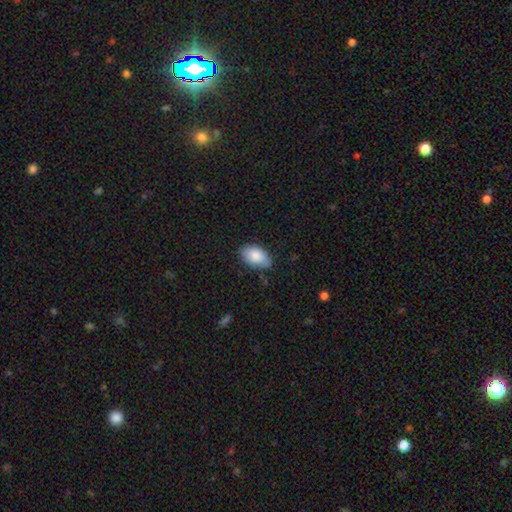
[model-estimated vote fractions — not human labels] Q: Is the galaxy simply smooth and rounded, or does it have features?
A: smooth — 86%.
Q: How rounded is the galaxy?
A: in between — 93%.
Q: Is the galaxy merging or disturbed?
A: none — 73%.